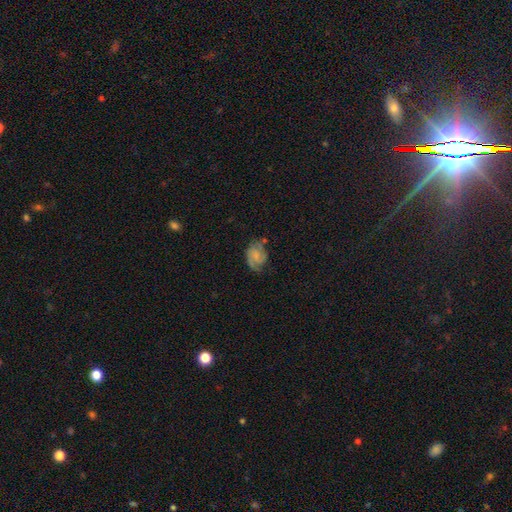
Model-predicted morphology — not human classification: A featured or disk galaxy (59%) with no bar (58%), 2 (56%) medium (42%) spiral arms (88%) and a small central bulge (45%).

Vote fractions:
- Smooth or featured? featured or disk: 59% / smooth: 32% / star or artifact: 8%
- Edge-on disk? no: 97% / yes: 3%
- Bar? no: 58% / weak: 36% / strong: 6%
- Spiral arms? yes: 88% / no: 12%
- Spiral winding? medium: 42% / tight: 38% / loose: 20%
- Spiral arm count? 2: 56% / can't tell: 18% / 1: 14% / 3: 8% / 4: 2% / more than 4: 2%
- Bulge size? small: 45% / none: 29% / moderate: 21% / large: 3% / dominant: 1%
- Merging? none: 54% / minor disturbance: 28% / major disturbance: 14% / merger: 5%